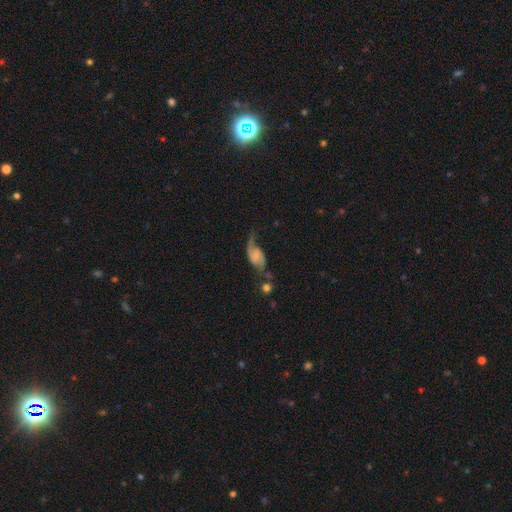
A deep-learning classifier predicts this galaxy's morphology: This is likely a featured or disk galaxy (66%). It is clearly not viewed edge-on (95%). Bar: possibly no (54%). Spiral arm pattern: clearly yes (88%). Spiral arm count: likely 2 (75%). Spiral winding: likely loose (66%). Central bulge: marginally small (40%). Merging: marginally none (36%).